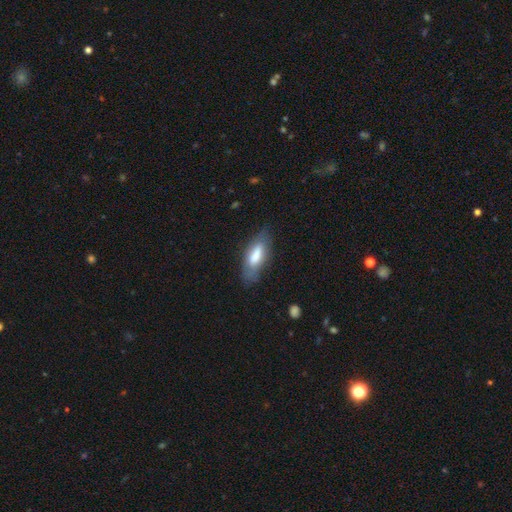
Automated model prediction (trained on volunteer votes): A smooth galaxy with no disk features (68%) that is in between round and cigar-shaped (66%). Merging: none (72%).